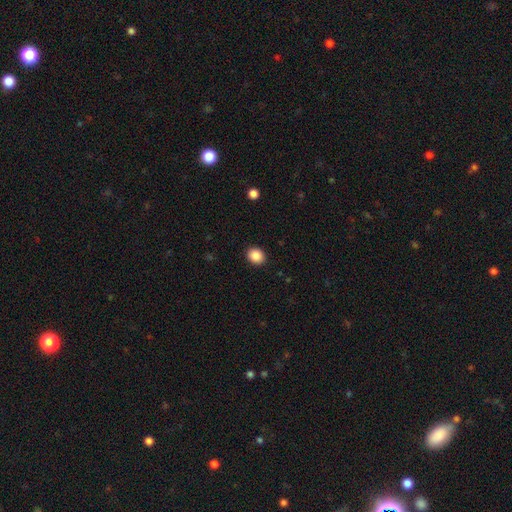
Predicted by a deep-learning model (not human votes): A smooth galaxy with no disk features (88%) that is round (65%).

Vote fractions:
- Smooth or featured? smooth: 88% / star or artifact: 9% / featured or disk: 3%
- How rounded? round: 65% / in between: 35% / cigar-shaped: 1%
- Merging? none: 91% / minor disturbance: 6% / major disturbance: 2% / merger: 1%